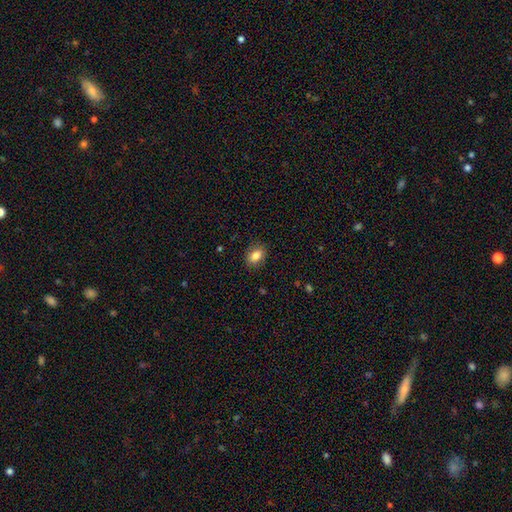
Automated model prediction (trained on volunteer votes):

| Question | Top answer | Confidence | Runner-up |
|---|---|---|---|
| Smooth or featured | smooth | 84% | star or artifact (8%) |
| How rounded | in between | 76% | round (22%) |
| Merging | none | 85% | minor disturbance (11%) |